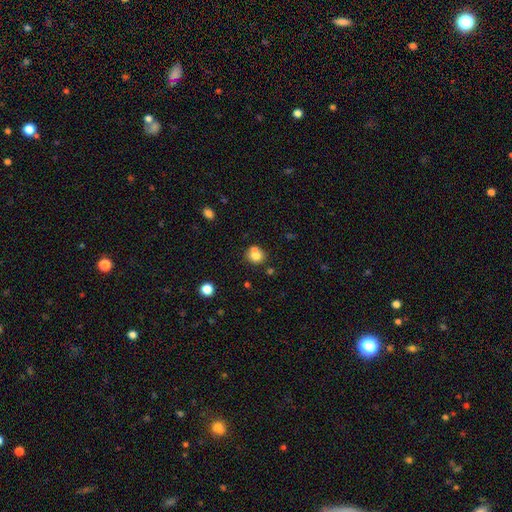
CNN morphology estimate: Smooth or featured? smooth (74%)
How rounded? round (80%)
Merging? none (49%)